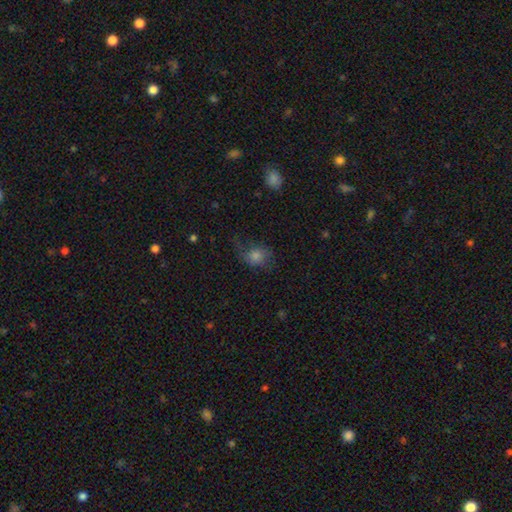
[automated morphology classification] smooth-or-featured: smooth: 64% | featured or disk: 22% | star or artifact: 14%
  how-rounded: round: 59% | in between: 39% | cigar-shaped: 1%
  merging: none: 49% | minor disturbance: 26% | major disturbance: 23% | merger: 2%